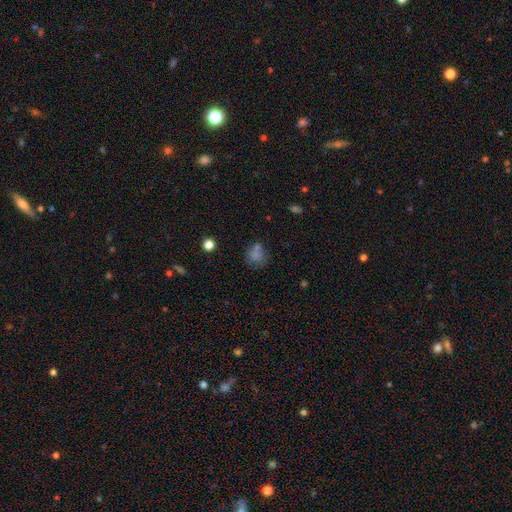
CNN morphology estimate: This appears to be a smooth galaxy with no disk features (65%) that is round (80%). Merging: none (61%).